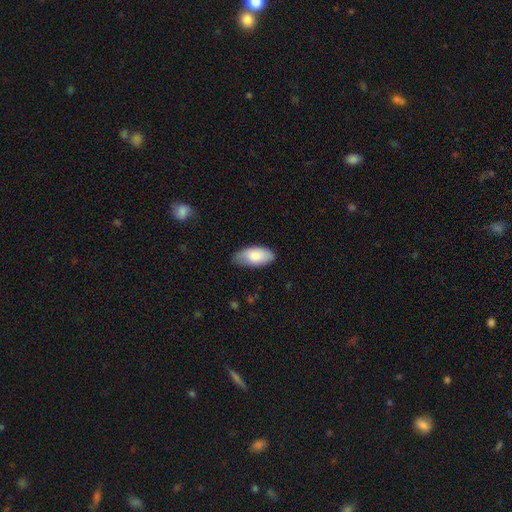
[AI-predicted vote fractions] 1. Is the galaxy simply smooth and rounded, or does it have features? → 83% smooth, 11% featured or disk, 6% star or artifact.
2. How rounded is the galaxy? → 93% in between, 5% cigar-shaped, 2% round.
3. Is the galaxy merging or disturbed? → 75% none, 20% minor disturbance, 3% major disturbance, 1% merger.